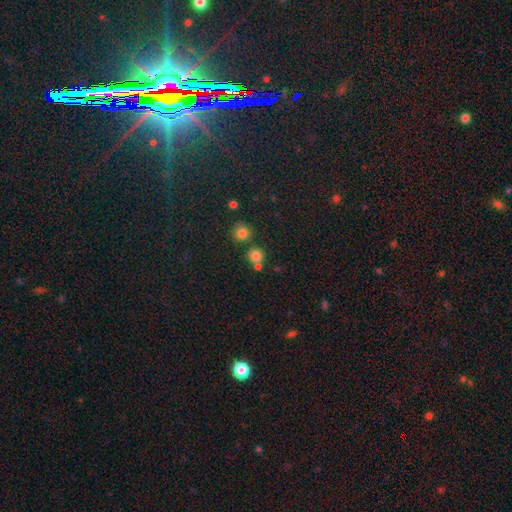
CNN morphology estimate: This is likely a smooth galaxy (78%). How rounded: clearly round (90%). Merging: likely none (65%).